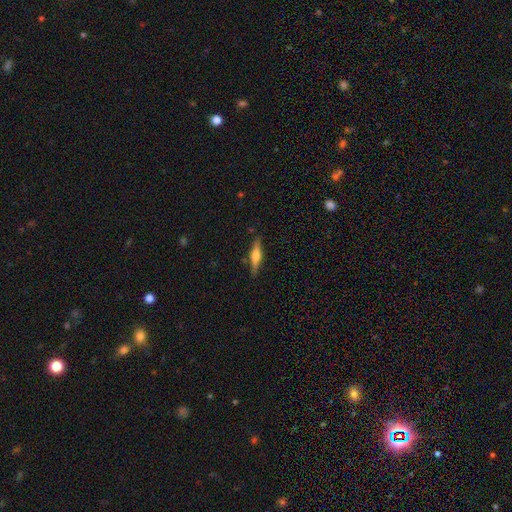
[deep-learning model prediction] A featured or disk galaxy (59%) viewed edge-on (96%) with a rounded central bulge (88%).

Vote fractions:
- Smooth or featured? featured or disk: 59% / smooth: 35% / star or artifact: 6%
- Edge-on disk? yes: 96% / no: 4%
- Edge-on bulge? rounded: 88% / boxy: 8% / none: 4%
- Merging? none: 87% / minor disturbance: 9% / major disturbance: 2% / merger: 2%